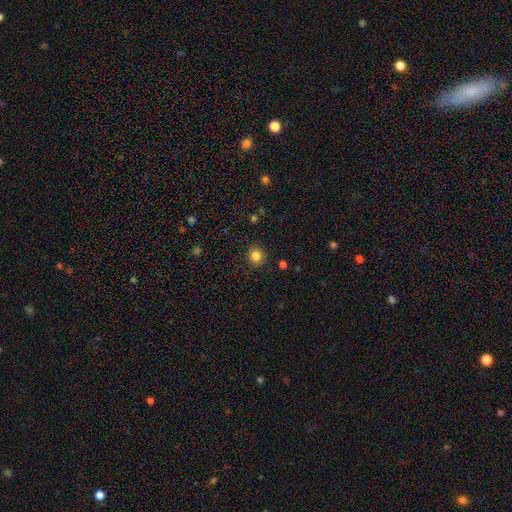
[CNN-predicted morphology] Smooth or featured?
  - smooth: 83% *
  - star or artifact: 12%
  - featured or disk: 5%
How rounded?
  - round: 91% *
  - in between: 8%
  - cigar-shaped: 1%
Merging?
  - none: 90% *
  - minor disturbance: 7%
  - major disturbance: 2%
  - merger: 1%